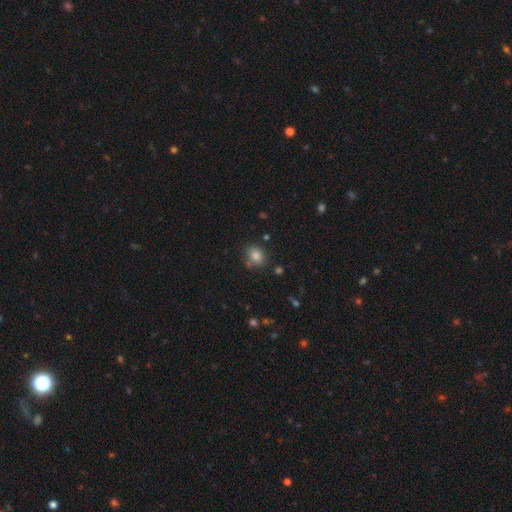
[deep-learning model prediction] A smooth galaxy with no disk features (81%) that is round (61%). Merging: none (75%).